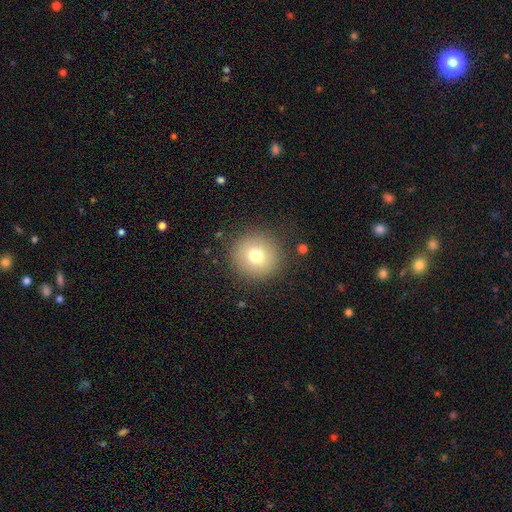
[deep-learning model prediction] A smooth galaxy with no disk features (74%) that is round (95%). Merging: none (88%).